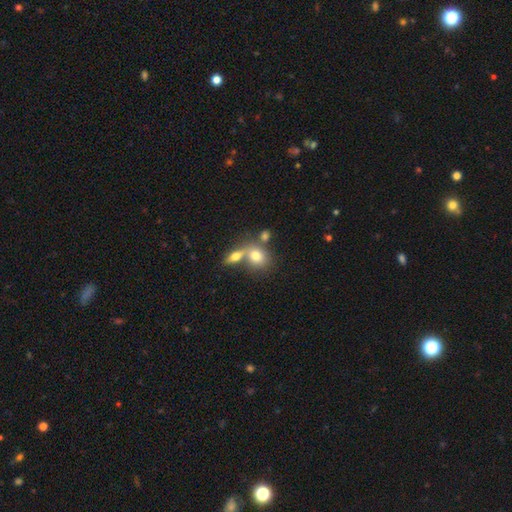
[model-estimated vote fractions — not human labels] Smooth or featured? smooth (75%)
How rounded? round (50%)
Merging? merger (49%)